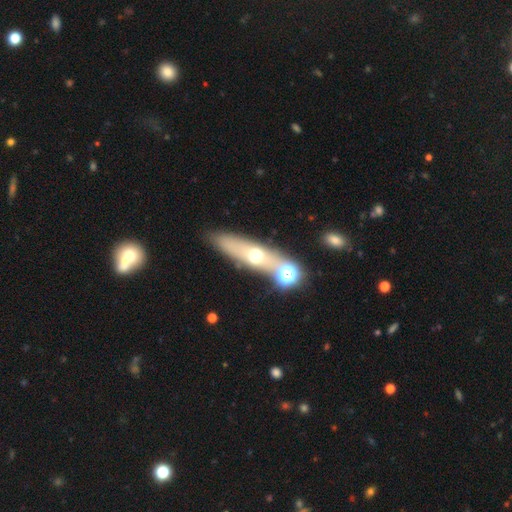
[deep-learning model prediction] Overall: smooth (46%; featured or disk 43%). Merging: none (75%).